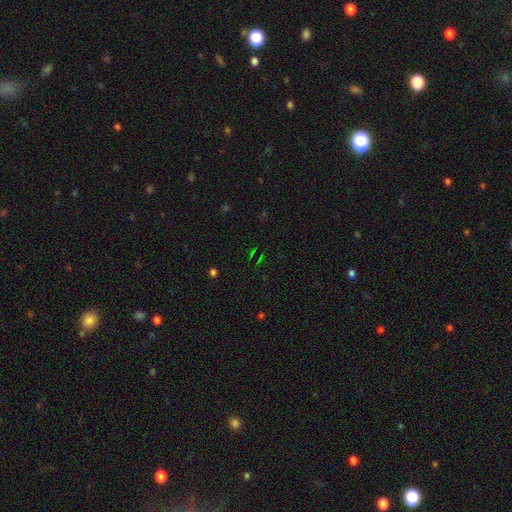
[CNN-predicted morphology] star or artifact 70%, smooth 17%, featured or disk 12%.